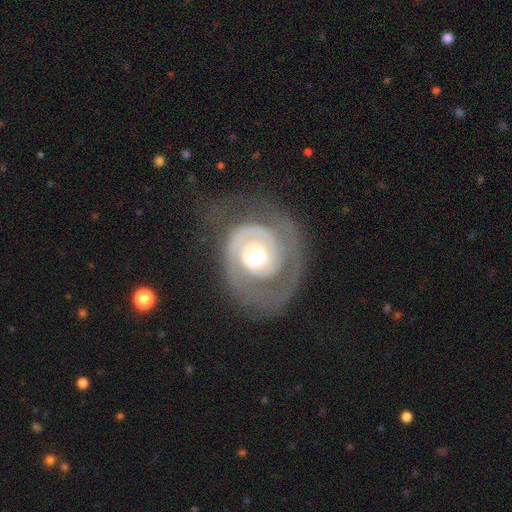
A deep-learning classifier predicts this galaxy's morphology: This appears to be a featured or disk galaxy (82%) with no bar (77%), 1 (51%) tight (69%) spiral arms (84%) and a moderate central bulge (64%). Merging: none (55%).